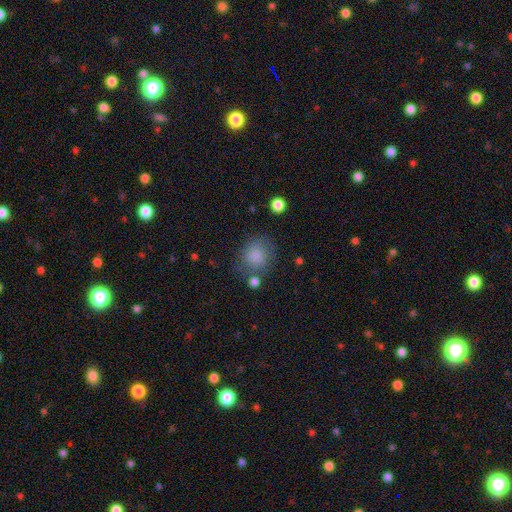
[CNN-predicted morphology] The model was most divided on "merging": none: 68%, minor disturbance: 18%, major disturbance: 8%, merger: 6%. More confident: smooth or featured — smooth (83%); how rounded — round (79%).